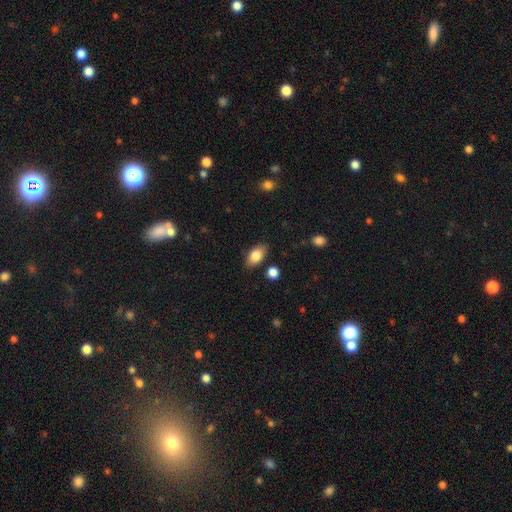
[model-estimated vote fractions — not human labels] Smooth or featured?
  - smooth: 81% *
  - featured or disk: 11%
  - star or artifact: 7%
How rounded?
  - in between: 89% *
  - round: 7%
  - cigar-shaped: 4%
Merging?
  - none: 84% *
  - minor disturbance: 11%
  - merger: 3%
  - major disturbance: 2%